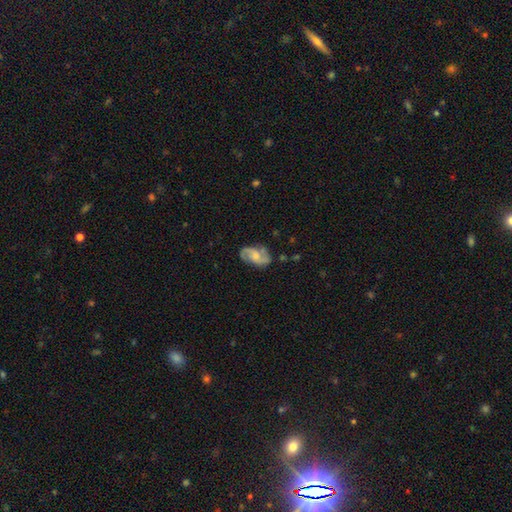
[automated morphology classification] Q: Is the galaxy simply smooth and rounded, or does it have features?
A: featured or disk — 75%.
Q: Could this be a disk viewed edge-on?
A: no — 97%.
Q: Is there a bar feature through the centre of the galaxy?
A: no — 53%.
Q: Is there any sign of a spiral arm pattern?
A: yes — 94%.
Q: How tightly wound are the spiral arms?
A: medium — 46%.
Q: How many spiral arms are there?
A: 2 — 87%.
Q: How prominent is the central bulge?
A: moderate — 43%.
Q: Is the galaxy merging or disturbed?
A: none — 73%.